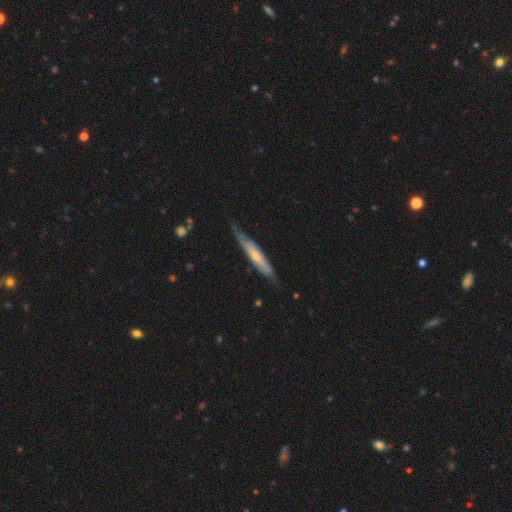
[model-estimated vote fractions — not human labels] A featured or disk galaxy (55%) viewed edge-on (70%). Merging: none (67%).